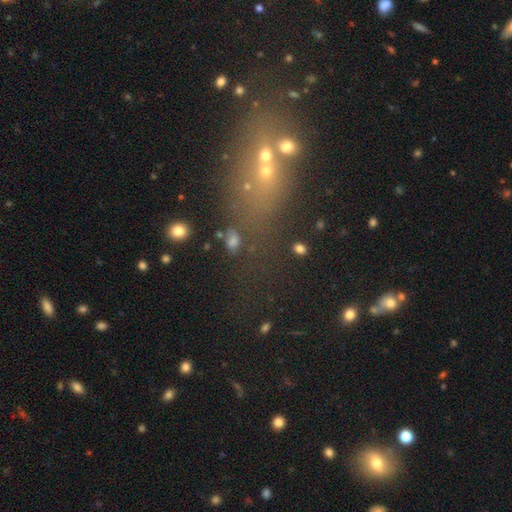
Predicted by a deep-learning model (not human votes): Smooth or featured?
  - star or artifact: 42% *
  - smooth: 36%
  - featured or disk: 21%